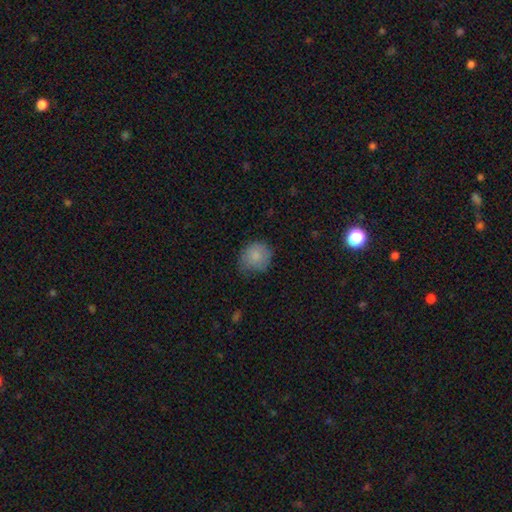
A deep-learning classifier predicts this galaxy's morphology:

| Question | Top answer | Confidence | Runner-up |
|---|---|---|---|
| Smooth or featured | smooth | 83% | featured or disk (10%) |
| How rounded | round | 78% | in between (21%) |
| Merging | none | 55% | minor disturbance (35%) |